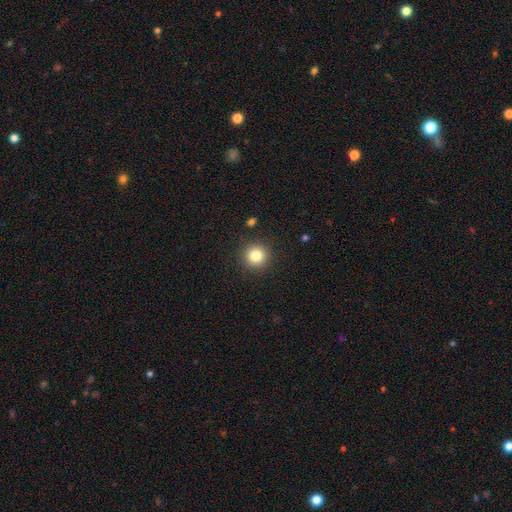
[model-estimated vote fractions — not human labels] Smooth or featured? Predicted: smooth (p=0.82). How rounded? Predicted: round (p=0.94). Merging? Predicted: none (p=0.91).